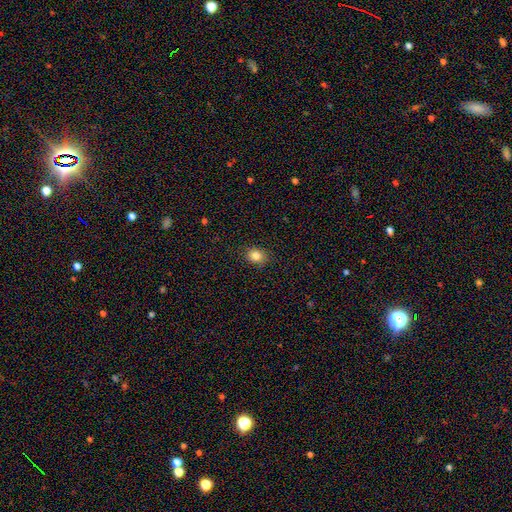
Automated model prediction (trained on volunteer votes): Q: Smooth or featured?
A: smooth (84%); runner-up: star or artifact (11%)
Q: How rounded?
A: round (68%); runner-up: in between (31%)
Q: Merging?
A: none (88%); runner-up: minor disturbance (9%)